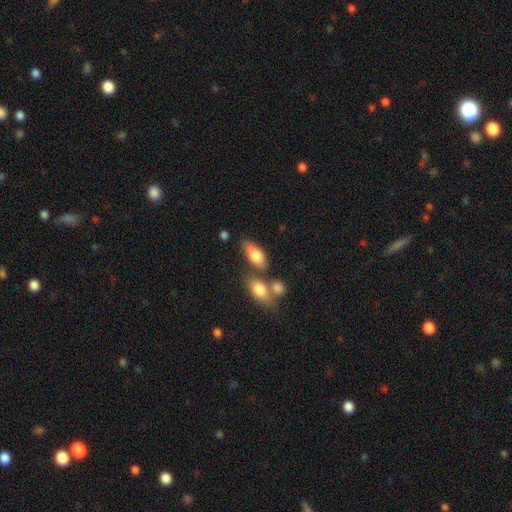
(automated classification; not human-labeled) Morphology: type=smooth (74%); roundness=in between (81%); merging=none (52%).